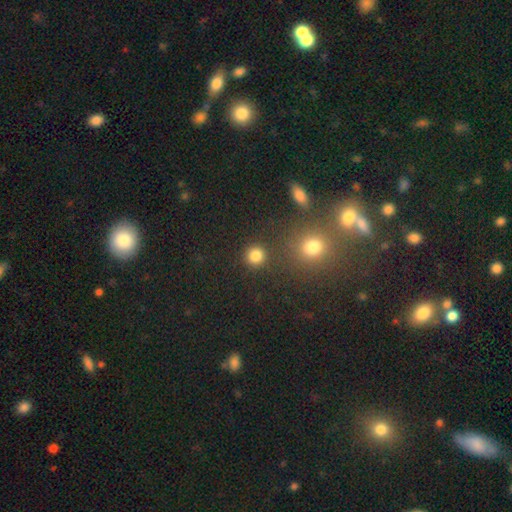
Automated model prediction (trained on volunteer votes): smooth-or-featured: smooth: 82% | star or artifact: 14% | featured or disk: 4%
  how-rounded: round: 91% | in between: 8% | cigar-shaped: 1%
  merging: none: 87% | minor disturbance: 6% | merger: 4% | major disturbance: 3%